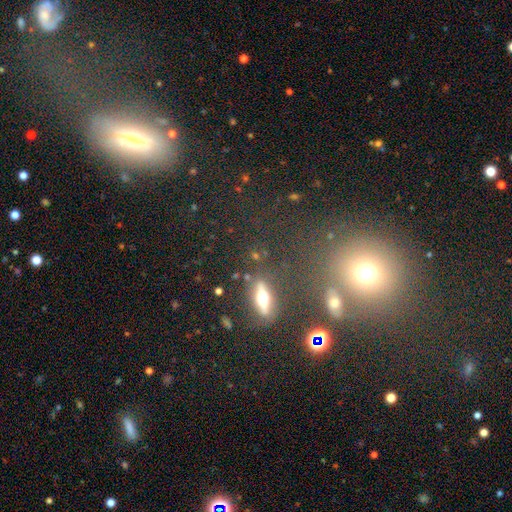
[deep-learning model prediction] smooth 45%, featured or disk 29%, star or artifact 26%. Down the decision tree: merging — none (76%).